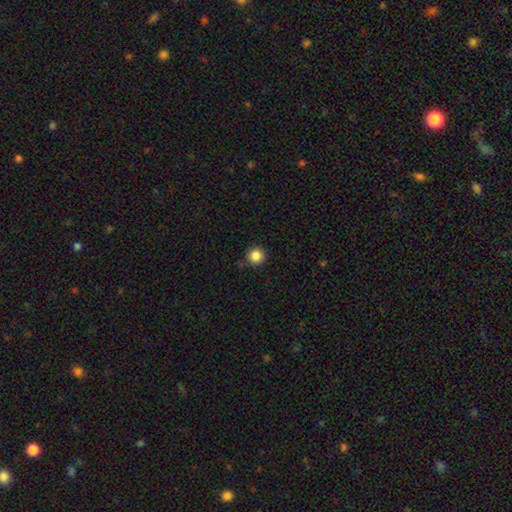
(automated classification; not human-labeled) Smooth or featured? Predicted: smooth (p=0.86). How rounded? Predicted: round (p=0.96). Merging? Predicted: none (p=0.89).